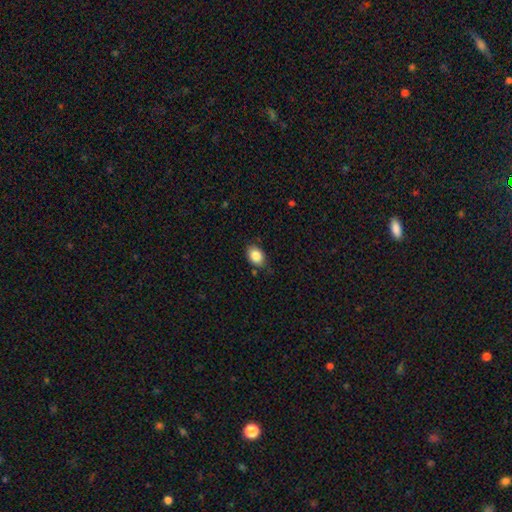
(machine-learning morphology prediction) type=smooth (85%); roundness=in between (76%); merging=none (80%).